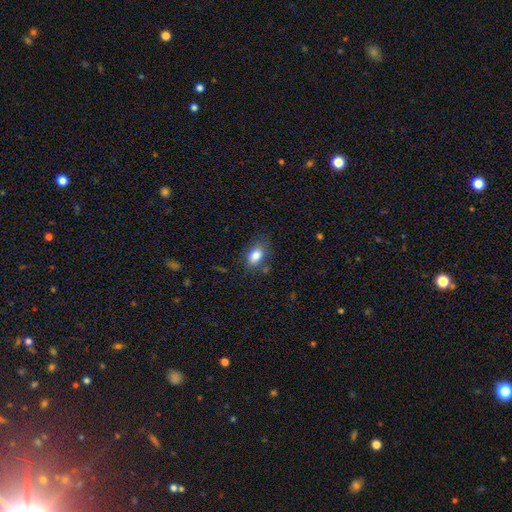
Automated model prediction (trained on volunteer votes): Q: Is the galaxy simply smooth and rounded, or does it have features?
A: smooth — 84%.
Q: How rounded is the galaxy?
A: in between — 86%.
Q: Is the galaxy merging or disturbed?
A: none — 72%.